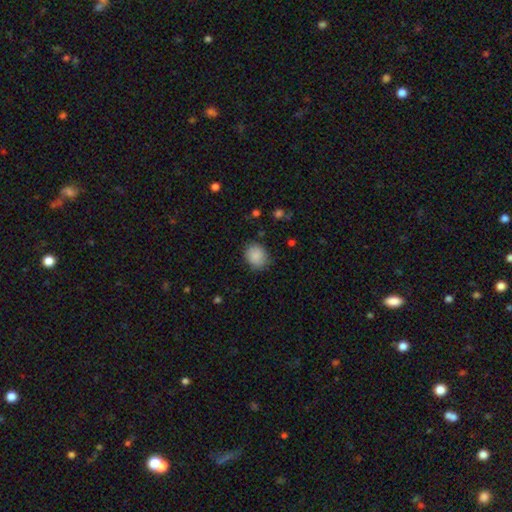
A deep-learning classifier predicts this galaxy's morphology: A smooth galaxy with no disk features (87%) that is round (66%).

Vote fractions:
- Smooth or featured? smooth: 87% / star or artifact: 8% / featured or disk: 5%
- How rounded? round: 66% / in between: 33% / cigar-shaped: 1%
- Merging? none: 76% / minor disturbance: 18% / major disturbance: 4% / merger: 1%